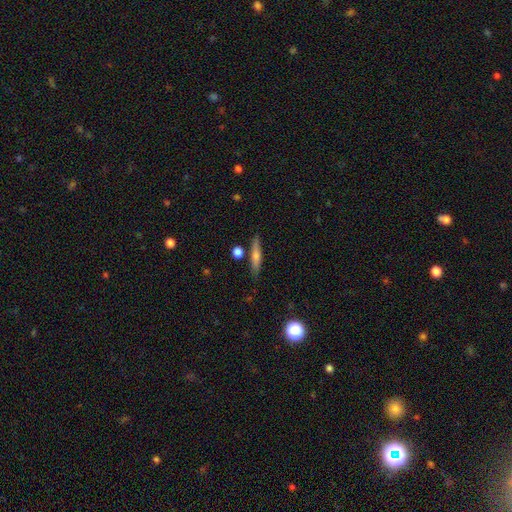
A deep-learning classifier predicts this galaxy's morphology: smooth 47%, featured or disk 44%, star or artifact 9%. Down the decision tree: merging — none (85%).